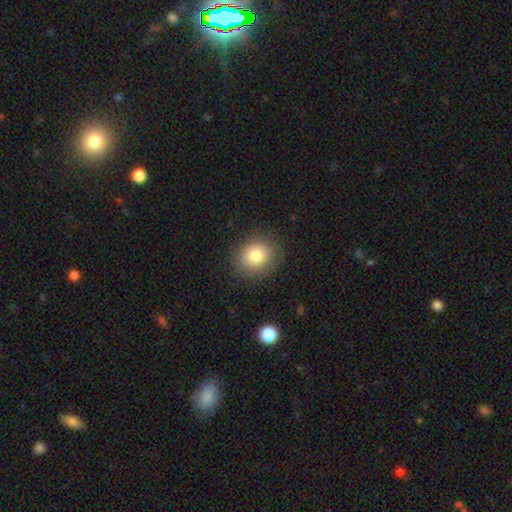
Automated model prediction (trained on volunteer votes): Morphology: type=smooth (82%); roundness=round (71%); merging=none (86%).